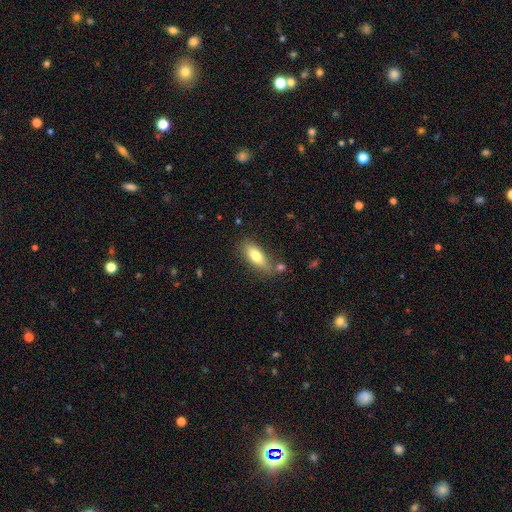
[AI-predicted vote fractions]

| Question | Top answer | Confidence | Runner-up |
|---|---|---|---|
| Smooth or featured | smooth | 76% | featured or disk (17%) |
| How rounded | in between | 75% | cigar-shaped (23%) |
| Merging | none | 69% | minor disturbance (17%) |